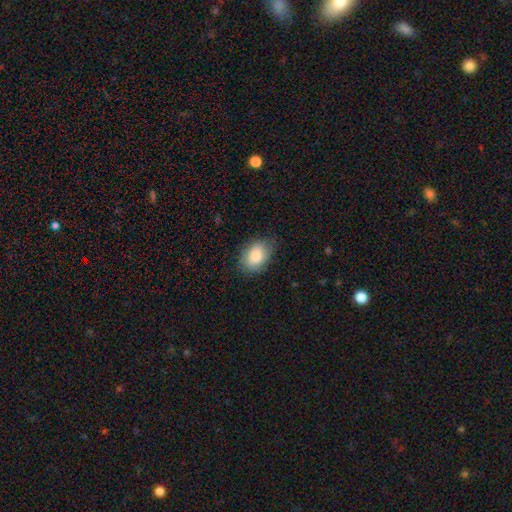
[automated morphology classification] Overall: smooth (82%). How rounded: in between (84%). Merging: none (75%).